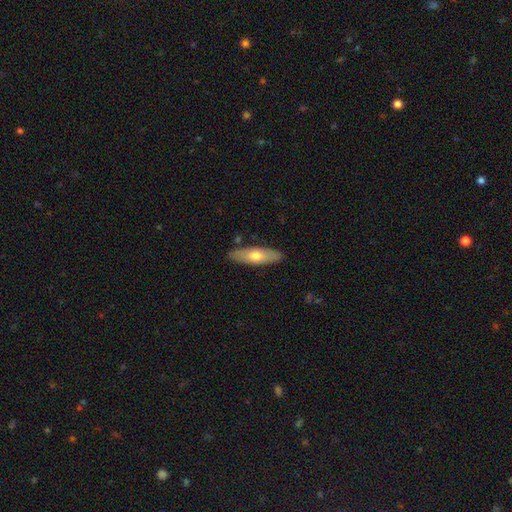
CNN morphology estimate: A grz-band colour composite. It shows a smooth galaxy with no disk features (62%) that is cigar-shaped (50%). Merging: none (85%).